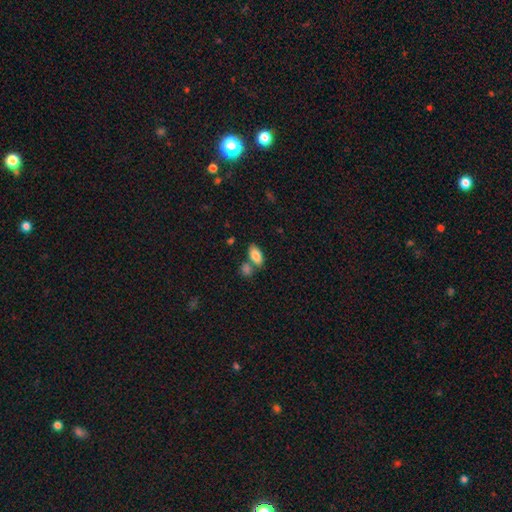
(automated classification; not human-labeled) smooth 84%, featured or disk 8%, star or artifact 7%. Down the decision tree: how rounded — in between (92%); merging — none (60%).